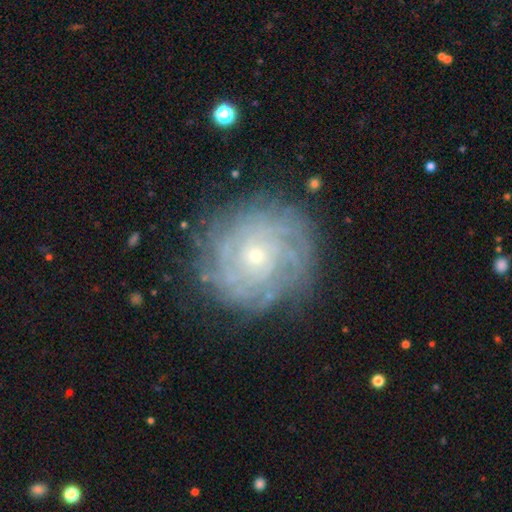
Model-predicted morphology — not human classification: smooth-or-featured: featured or disk: 77% | smooth: 15% | star or artifact: 8%
  disk-edge-on: no: 97% | yes: 3%
    bar: no: 83% | weak: 14% | strong: 3%
    has-spiral-arms: yes: 90% | no: 10%
      spiral-winding: tight: 80% | medium: 15% | loose: 5%
      spiral-arm-count: can't tell: 47% | more than 4: 13% | 4: 13% | 3: 10% | 2: 10% | 1: 6%
    bulge-size: small: 76% | moderate: 20% | large: 1% | none: 1% | dominant: 1%
  merging: none: 81% | minor disturbance: 13% | major disturbance: 5% | merger: 1%